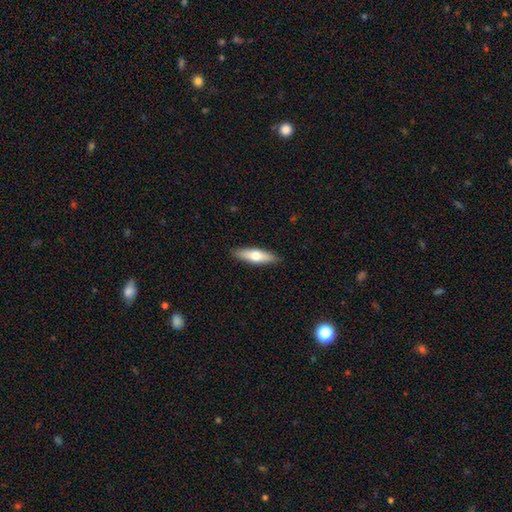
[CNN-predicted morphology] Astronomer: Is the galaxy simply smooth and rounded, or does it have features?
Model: smooth — 60% (runner-up: featured or disk, 35%).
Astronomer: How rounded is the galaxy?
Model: cigar-shaped — 60% (runner-up: in between, 38%).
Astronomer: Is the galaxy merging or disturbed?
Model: none — 90%.